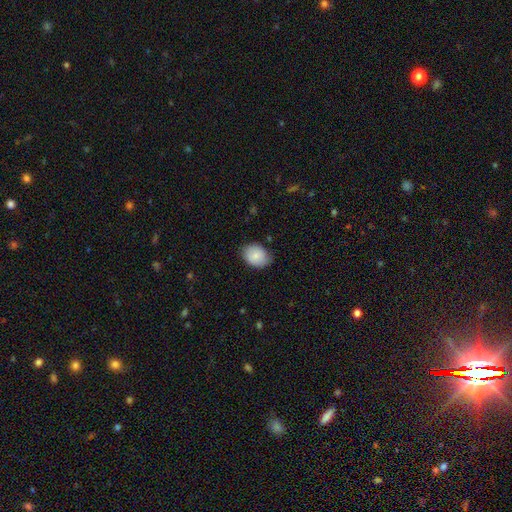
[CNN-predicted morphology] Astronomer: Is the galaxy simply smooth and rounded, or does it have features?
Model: smooth — 82%.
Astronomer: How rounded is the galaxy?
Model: in between — 64%.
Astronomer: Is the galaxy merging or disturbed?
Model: none — 73%.